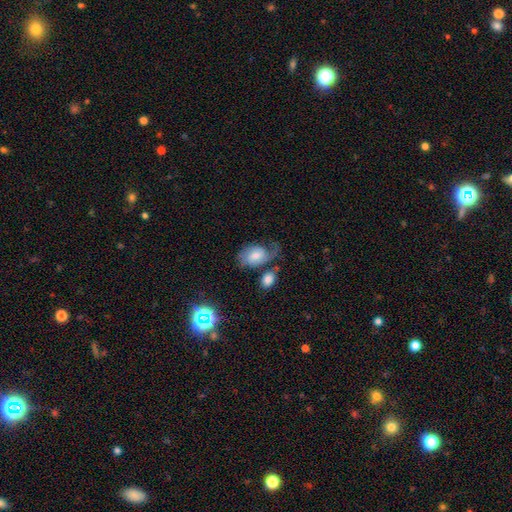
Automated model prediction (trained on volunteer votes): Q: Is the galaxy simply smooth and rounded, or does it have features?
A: smooth — 48%.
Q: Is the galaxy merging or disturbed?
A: none — 34%.